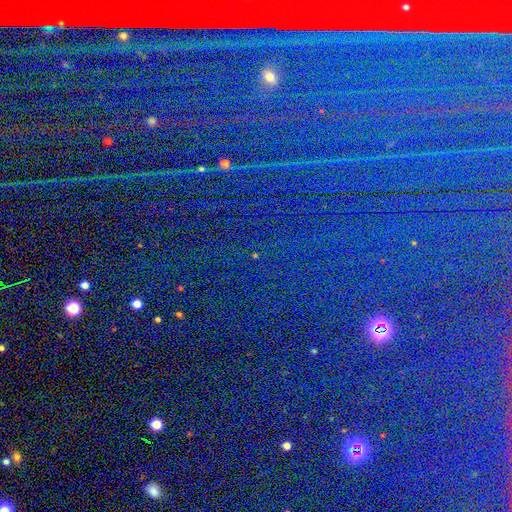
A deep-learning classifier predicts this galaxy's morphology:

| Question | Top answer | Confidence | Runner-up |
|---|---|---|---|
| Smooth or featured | star or artifact | 85% | smooth (8%) |